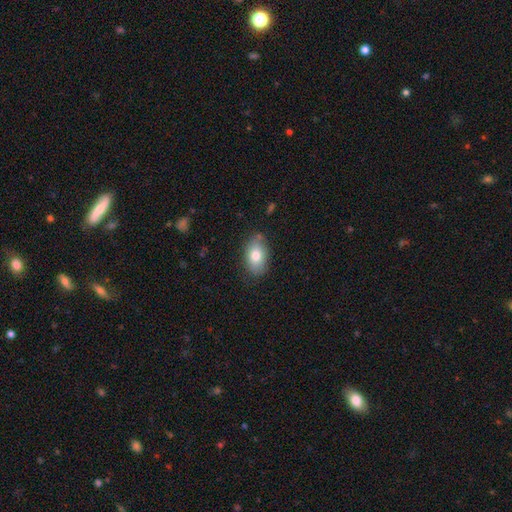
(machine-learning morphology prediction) Smooth or featured? smooth (78%)
How rounded? in between (89%)
Merging? none (77%)